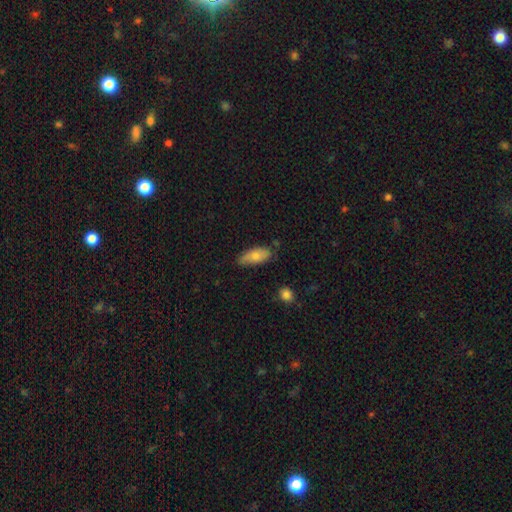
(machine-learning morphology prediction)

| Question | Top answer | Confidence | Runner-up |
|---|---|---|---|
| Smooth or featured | smooth | 74% | featured or disk (20%) |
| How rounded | in between | 84% | cigar-shaped (14%) |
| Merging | none | 69% | minor disturbance (24%) |